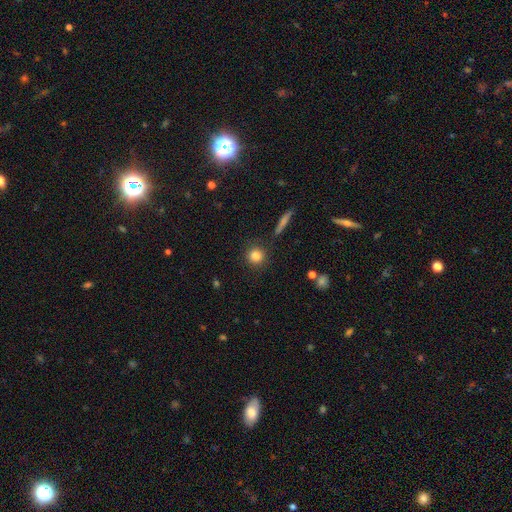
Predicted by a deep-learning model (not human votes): The model was most divided on "smooth or featured": smooth: 83%, star or artifact: 10%, featured or disk: 7%. More confident: how rounded — round (92%); merging — none (88%).